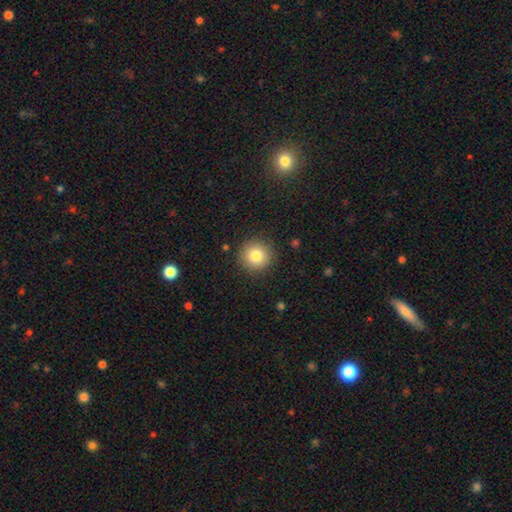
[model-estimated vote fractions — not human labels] smooth-or-featured: smooth: 82% | star or artifact: 10% | featured or disk: 8%
  how-rounded: round: 95% | in between: 4% | cigar-shaped: 1%
  merging: none: 90% | minor disturbance: 7% | major disturbance: 2% | merger: 1%